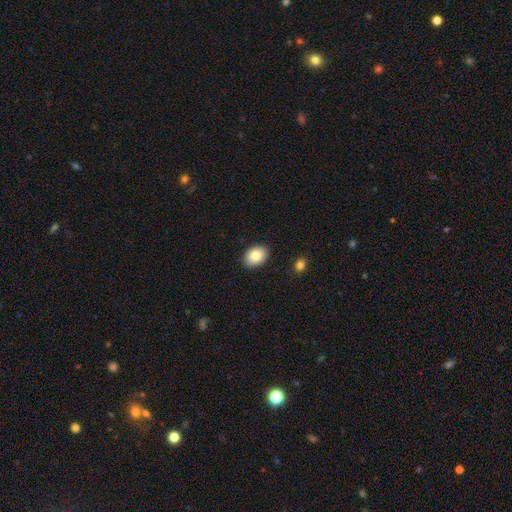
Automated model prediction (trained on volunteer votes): smooth 84%, featured or disk 8%, star or artifact 7%. Down the decision tree: how rounded — in between (76%); merging — none (89%).